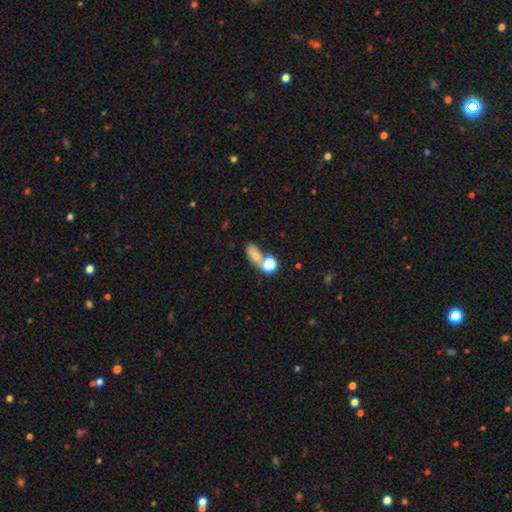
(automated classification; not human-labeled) A smooth galaxy with no disk features (70%) that is in between round and cigar-shaped (71%). Merging: none (42%).